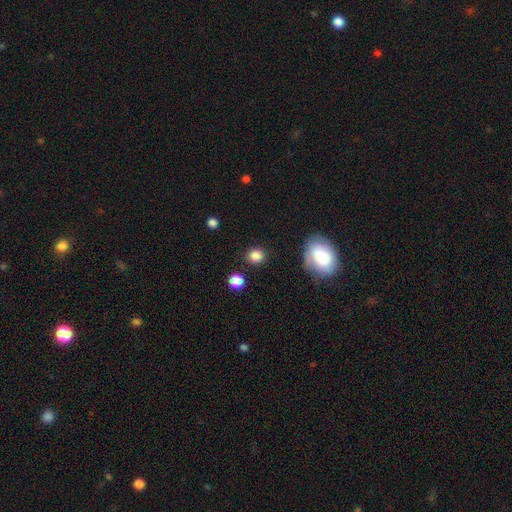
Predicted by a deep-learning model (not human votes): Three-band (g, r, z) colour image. It shows a smooth galaxy with no disk features (85%) that is round (84%). Merging: none (87%).